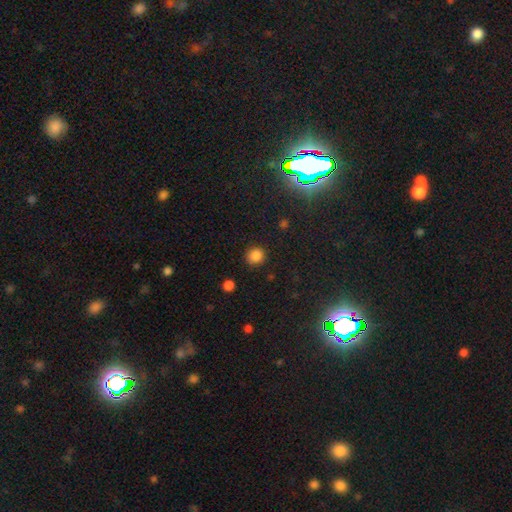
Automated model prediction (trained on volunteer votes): The model was most divided on "smooth or featured": smooth: 85%, star or artifact: 12%, featured or disk: 3%. More confident: merging — none (88%); how rounded — round (87%).